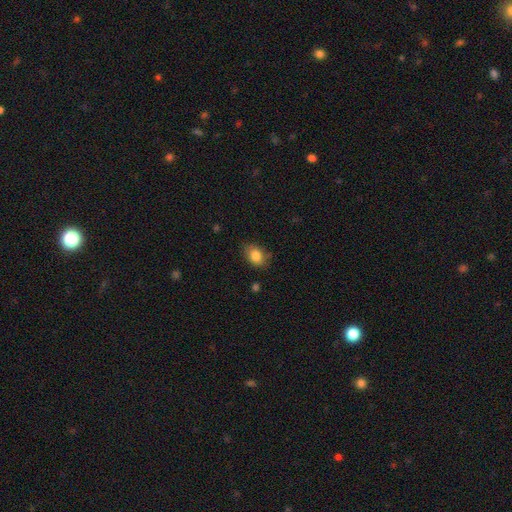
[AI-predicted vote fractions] A smooth galaxy with no disk features (84%) that is in between round and cigar-shaped (77%).

Vote fractions:
- Smooth or featured? smooth: 84% / star or artifact: 8% / featured or disk: 8%
- How rounded? in between: 77% / round: 22% / cigar-shaped: 1%
- Merging? none: 78% / minor disturbance: 17% / major disturbance: 3% / merger: 2%